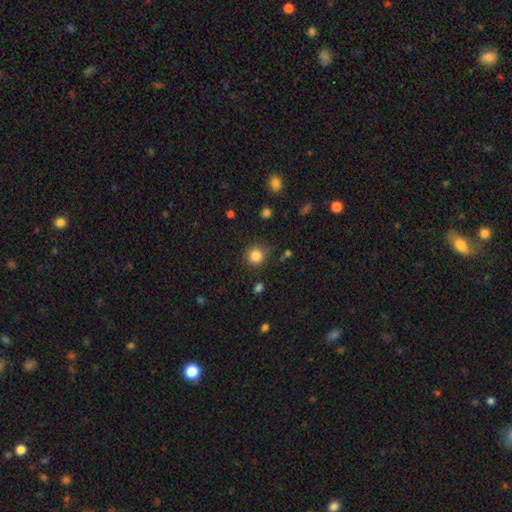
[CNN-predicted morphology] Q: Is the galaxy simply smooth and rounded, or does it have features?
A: smooth — 84%.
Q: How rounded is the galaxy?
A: round — 91%.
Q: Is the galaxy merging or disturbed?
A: none — 82%.